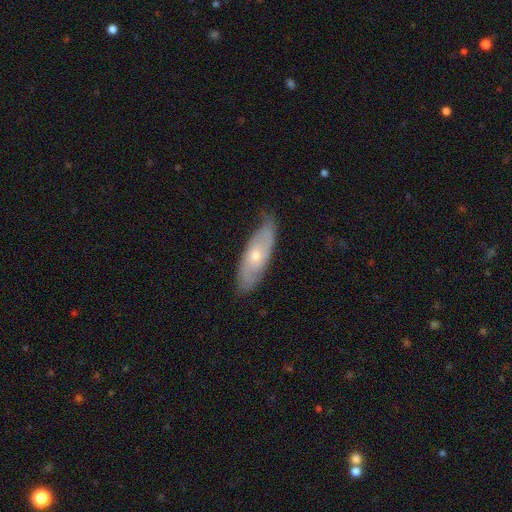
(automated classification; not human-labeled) This appears to be a featured or disk galaxy (58%). Merging: none (72%).